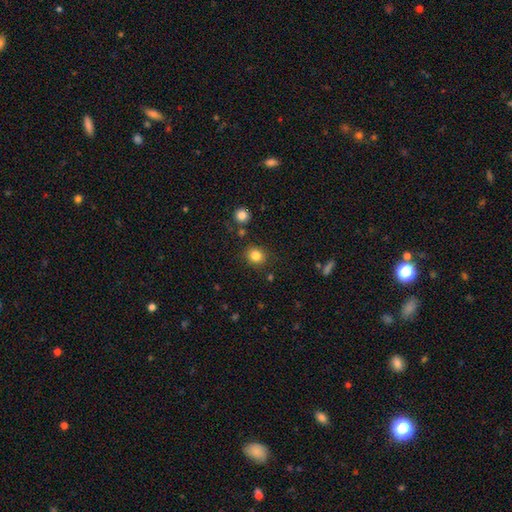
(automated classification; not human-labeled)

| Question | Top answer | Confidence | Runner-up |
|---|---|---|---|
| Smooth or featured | smooth | 83% | star or artifact (12%) |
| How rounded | round | 77% | in between (23%) |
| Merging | none | 85% | minor disturbance (9%) |